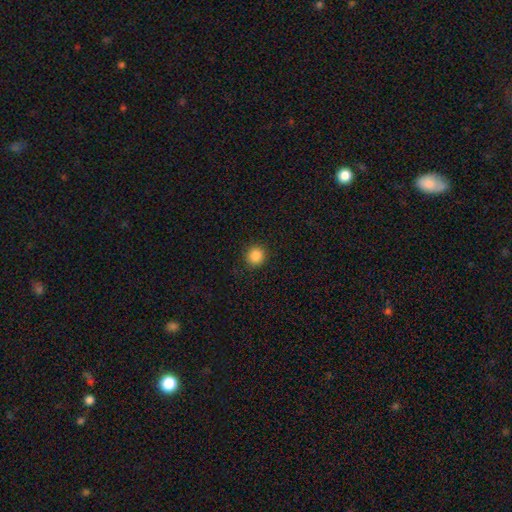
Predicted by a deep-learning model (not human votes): The model was most divided on "smooth or featured": smooth: 86%, star or artifact: 10%, featured or disk: 3%. More confident: how rounded — round (93%); merging — none (92%).